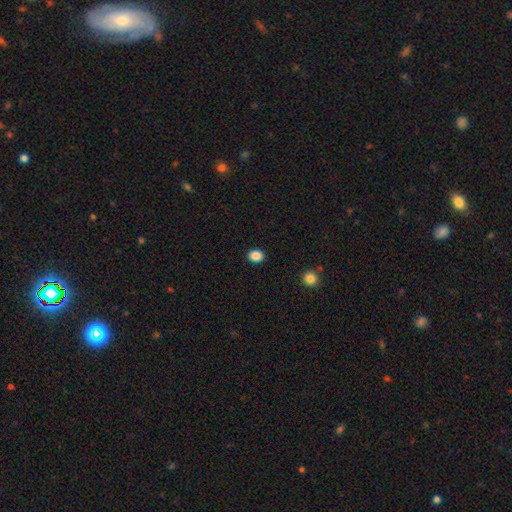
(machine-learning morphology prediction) Smooth or featured? smooth (88%)
How rounded? round (50%)
Merging? none (91%)